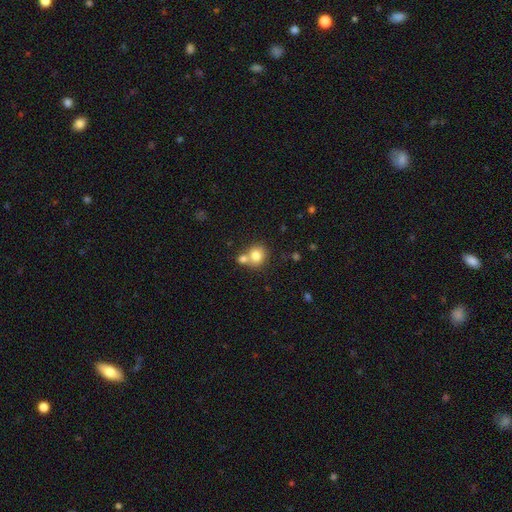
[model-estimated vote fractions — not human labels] Smooth or featured?
  - smooth: 79% *
  - featured or disk: 11%
  - star or artifact: 10%
How rounded?
  - round: 82% *
  - in between: 17%
  - cigar-shaped: 1%
Merging?
  - none: 47% *
  - merger: 42%
  - minor disturbance: 8%
  - major disturbance: 3%